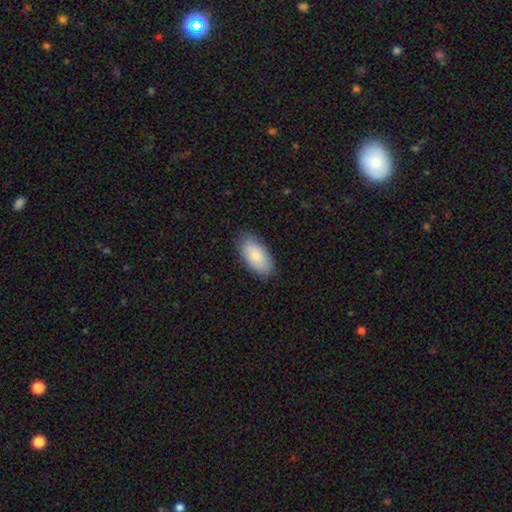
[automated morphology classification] A smooth galaxy with no disk features (81%) that is in between round and cigar-shaped (94%).

Vote fractions:
- Smooth or featured? smooth: 81% / featured or disk: 13% / star or artifact: 6%
- How rounded? in between: 94% / cigar-shaped: 4% / round: 3%
- Merging? none: 84% / minor disturbance: 12% / major disturbance: 2% / merger: 1%